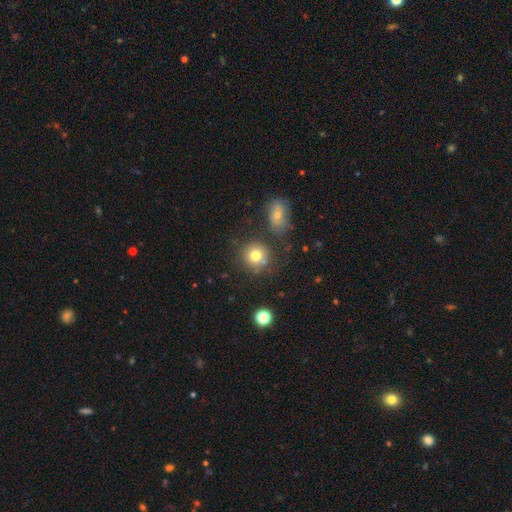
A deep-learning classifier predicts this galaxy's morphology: Smooth or featured? smooth (77%)
How rounded? round (90%)
Merging? none (76%)